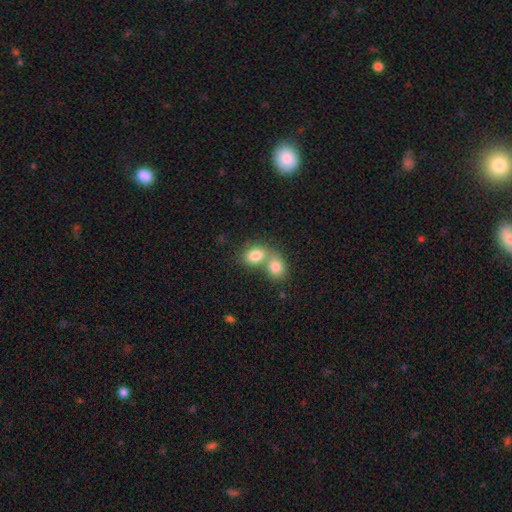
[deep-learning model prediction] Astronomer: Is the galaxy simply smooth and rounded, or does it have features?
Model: smooth — 81%.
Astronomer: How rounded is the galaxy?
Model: in between — 72%.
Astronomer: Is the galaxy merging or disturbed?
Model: merger — 66%.